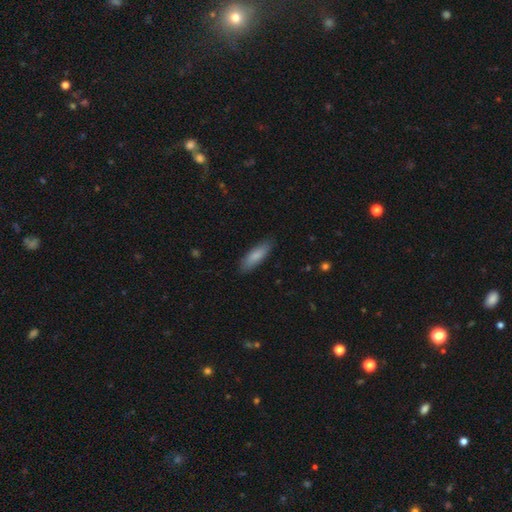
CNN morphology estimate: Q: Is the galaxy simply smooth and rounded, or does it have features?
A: smooth — 84%.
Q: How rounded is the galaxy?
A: cigar-shaped — 50%.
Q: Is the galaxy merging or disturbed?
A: none — 85%.